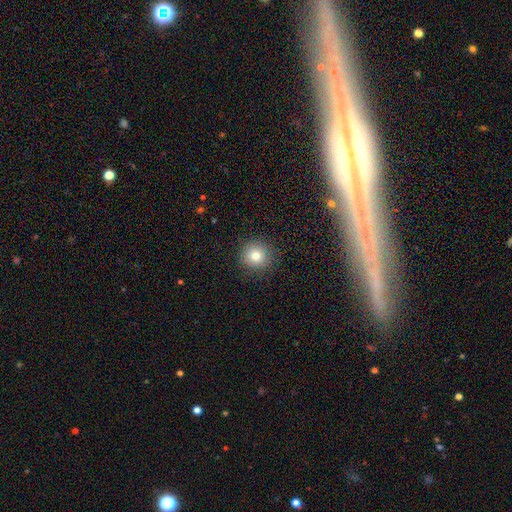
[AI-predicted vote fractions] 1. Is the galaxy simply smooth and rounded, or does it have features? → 79% smooth, 12% star or artifact, 8% featured or disk.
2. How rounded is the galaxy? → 93% round, 6% in between, 1% cigar-shaped.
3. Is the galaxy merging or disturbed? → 89% none, 7% minor disturbance, 3% major disturbance, 1% merger.